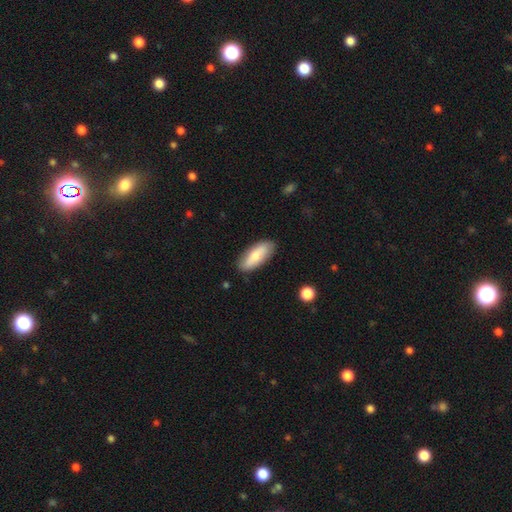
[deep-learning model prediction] Smooth or featured?
  - smooth: 76% *
  - featured or disk: 19%
  - star or artifact: 5%
How rounded?
  - in between: 75% *
  - cigar-shaped: 23%
  - round: 2%
Merging?
  - none: 85% *
  - minor disturbance: 11%
  - major disturbance: 2%
  - merger: 1%